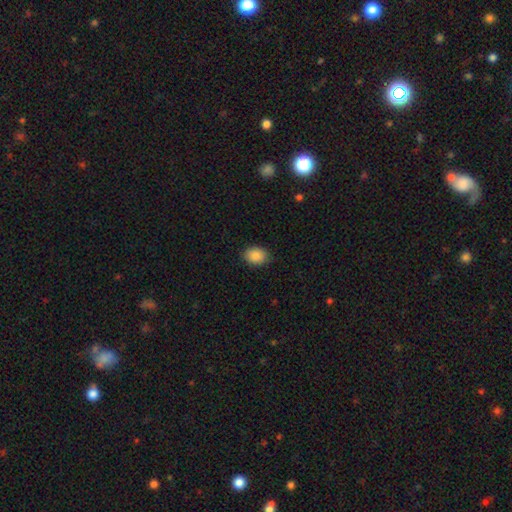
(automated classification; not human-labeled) Smooth or featured: smooth — 88% (star or artifact — 8%)
How rounded: in between — 68% (round — 31%)
Merging: none — 86% (minor disturbance — 10%)